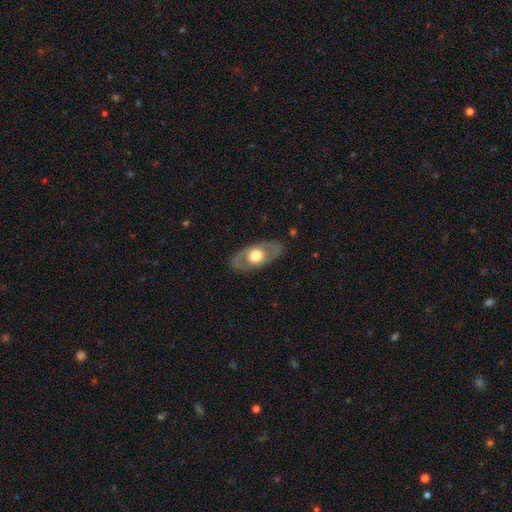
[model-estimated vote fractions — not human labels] Overall: featured or disk (56%; smooth 39%). Edge-on disk: no (81%). Merging: none (84%).